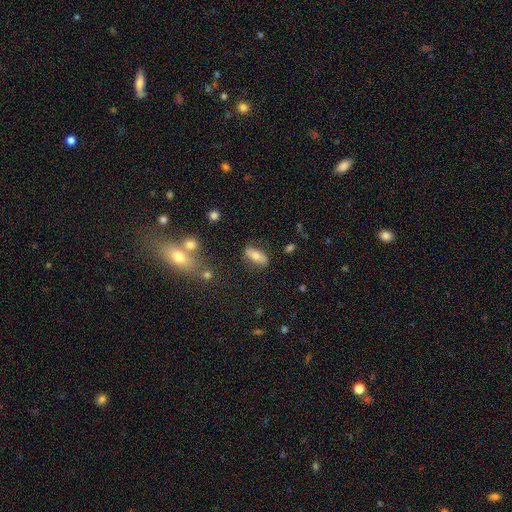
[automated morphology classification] Smooth or featured?
  - smooth: 60% *
  - featured or disk: 32%
  - star or artifact: 9%
How rounded?
  - in between: 67% *
  - cigar-shaped: 28%
  - round: 5%
Merging?
  - none: 76% *
  - minor disturbance: 15%
  - major disturbance: 6%
  - merger: 3%